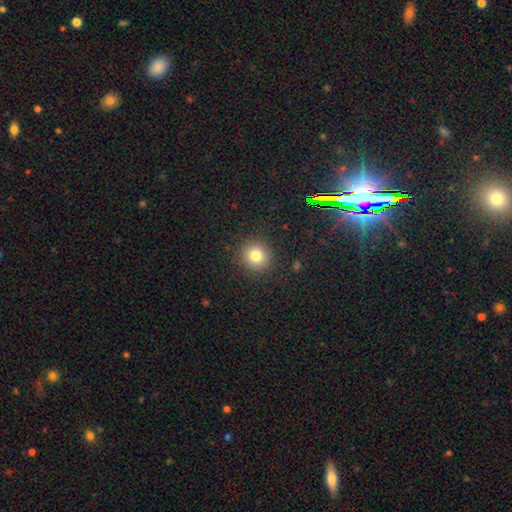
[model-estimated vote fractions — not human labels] Smooth or featured? Predicted: smooth (p=0.81). How rounded? Predicted: round (p=0.92). Merging? Predicted: none (p=0.90).